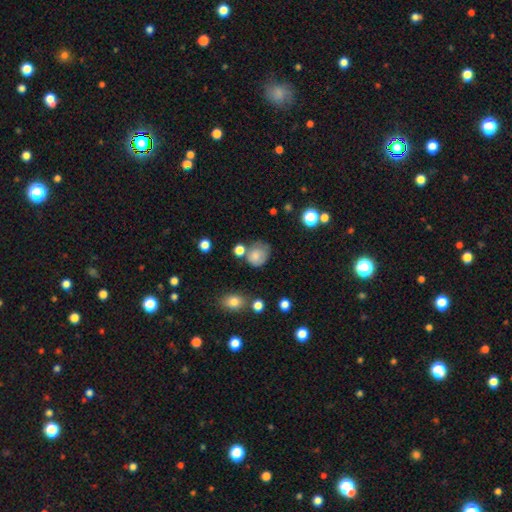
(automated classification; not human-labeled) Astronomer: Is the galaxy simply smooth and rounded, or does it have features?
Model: smooth — 74%.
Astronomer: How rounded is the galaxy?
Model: round — 63%.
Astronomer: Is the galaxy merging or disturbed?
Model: none — 49% (runner-up: minor disturbance, 28%).